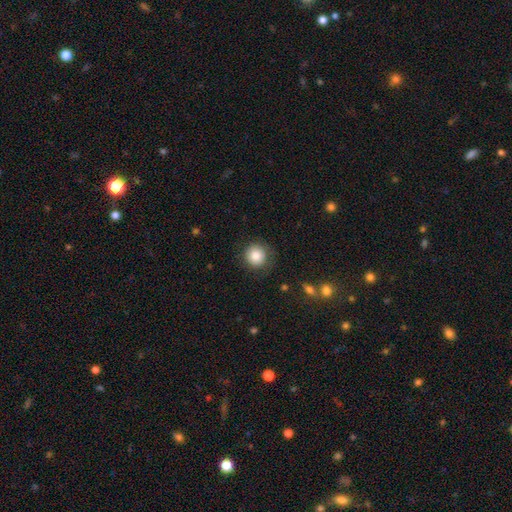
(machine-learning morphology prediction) The model was most divided on "merging": none: 82%, minor disturbance: 12%, major disturbance: 5%, merger: 1%. More confident: how rounded — round (92%); smooth or featured — smooth (84%).